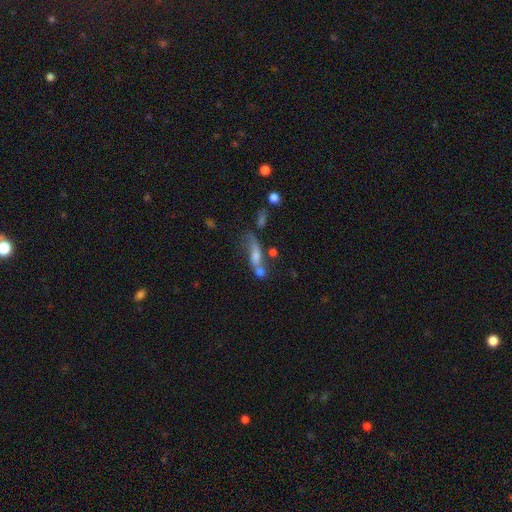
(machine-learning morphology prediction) Smooth or featured?
  - smooth: 49% *
  - featured or disk: 37%
  - star or artifact: 14%
Merging?
  - merger: 37% *
  - none: 29%
  - major disturbance: 18%
  - minor disturbance: 15%